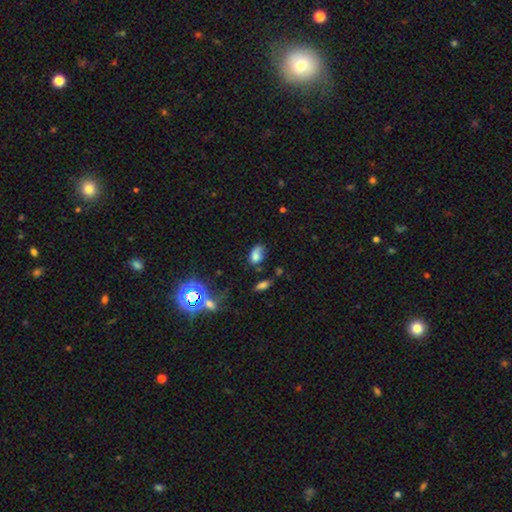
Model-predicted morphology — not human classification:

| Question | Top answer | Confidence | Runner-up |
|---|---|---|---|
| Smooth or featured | smooth | 72% | star or artifact (15%) |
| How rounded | in between | 85% | round (13%) |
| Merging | none | 42% | minor disturbance (35%) |